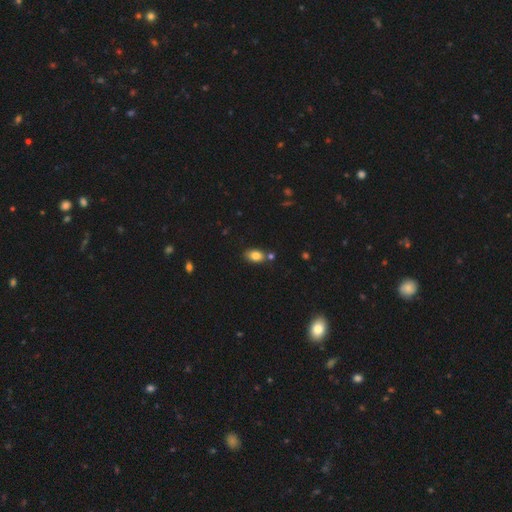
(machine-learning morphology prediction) Smooth or featured? smooth (83%)
How rounded? in between (84%)
Merging? none (71%)